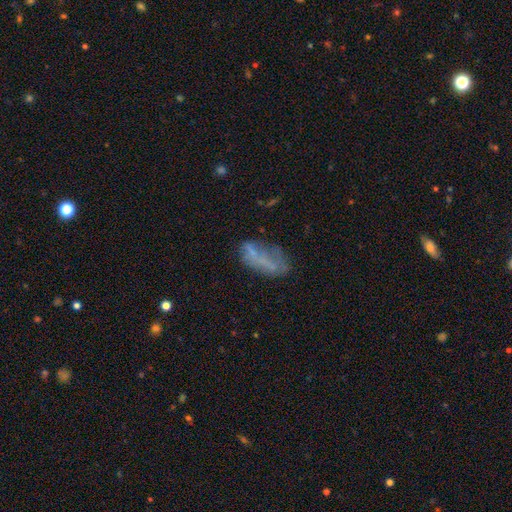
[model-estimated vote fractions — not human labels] Smooth or featured?
  - smooth: 46% *
  - featured or disk: 40%
  - star or artifact: 14%
Merging?
  - none: 42% *
  - minor disturbance: 26%
  - major disturbance: 25%
  - merger: 7%